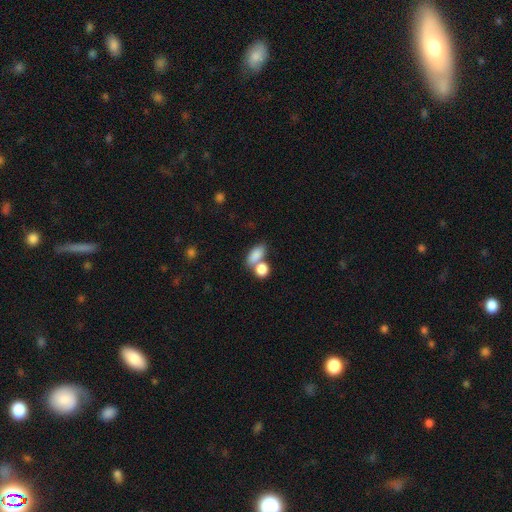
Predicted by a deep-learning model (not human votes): Smooth or featured? Predicted: smooth (p=0.84). How rounded? Predicted: in between (p=0.81). Merging? Predicted: merger (p=0.43).